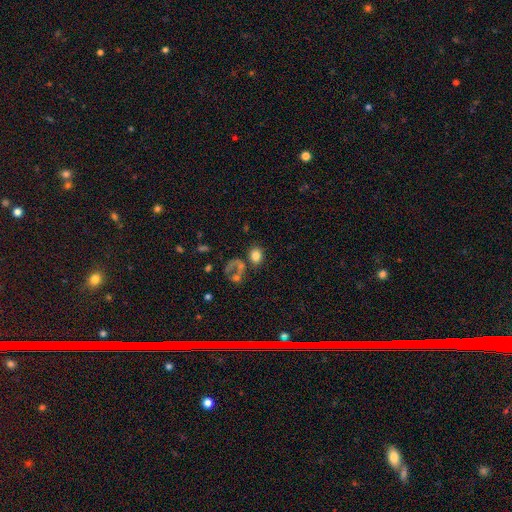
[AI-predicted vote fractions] The model was most divided on "how rounded": in between: 50%, round: 49%, cigar-shaped: 1%. More confident: smooth or featured — smooth (75%); merging — none (51%).